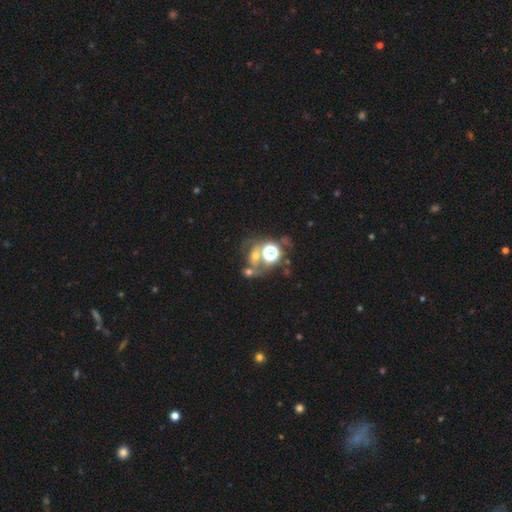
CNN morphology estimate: Smooth or featured? smooth (41%)
Merging? none (43%)